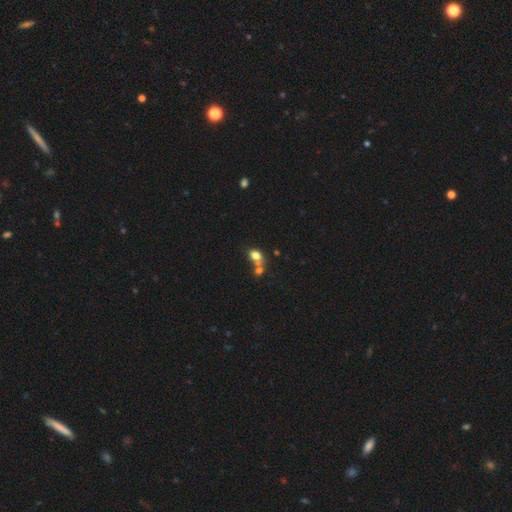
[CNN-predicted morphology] Smooth or featured?
  - smooth: 75% *
  - featured or disk: 13%
  - star or artifact: 12%
How rounded?
  - in between: 64% *
  - round: 35%
  - cigar-shaped: 2%
Merging?
  - merger: 50% *
  - none: 35%
  - minor disturbance: 10%
  - major disturbance: 5%